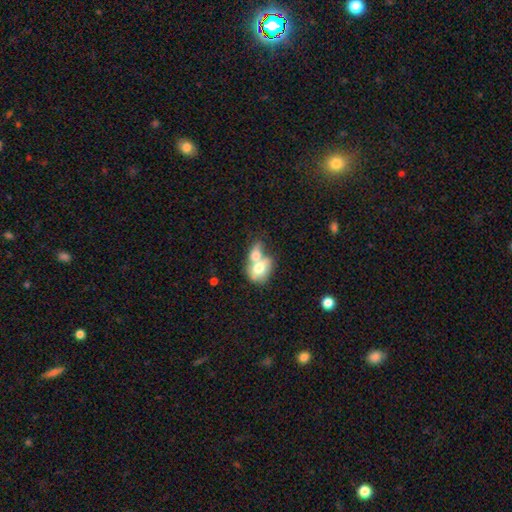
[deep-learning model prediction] This appears to be a smooth galaxy with no disk features (65%) that is in between round and cigar-shaped (72%). Merging: merger (74%).